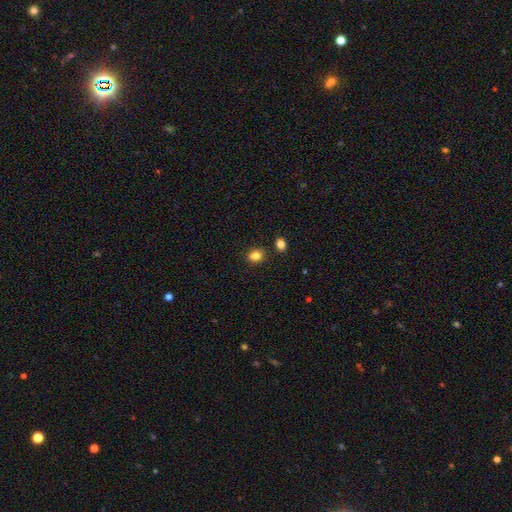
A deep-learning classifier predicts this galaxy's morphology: smooth 83%, star or artifact 12%, featured or disk 5%. Down the decision tree: how rounded — round (62%); merging — none (84%).